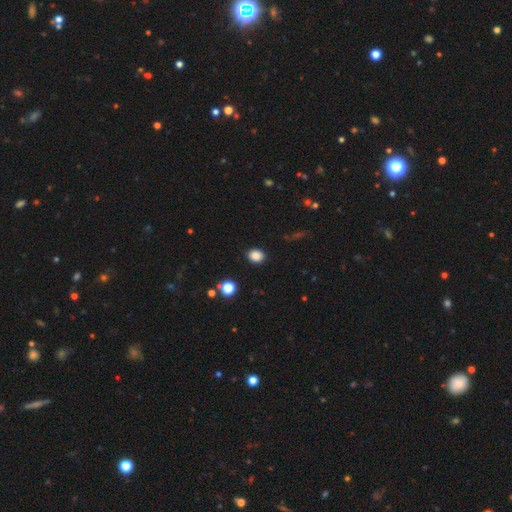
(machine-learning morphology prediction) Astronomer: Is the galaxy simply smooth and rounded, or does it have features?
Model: smooth — 85%.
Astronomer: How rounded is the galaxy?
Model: round — 55% (runner-up: in between, 44%).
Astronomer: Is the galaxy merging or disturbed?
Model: none — 89%.